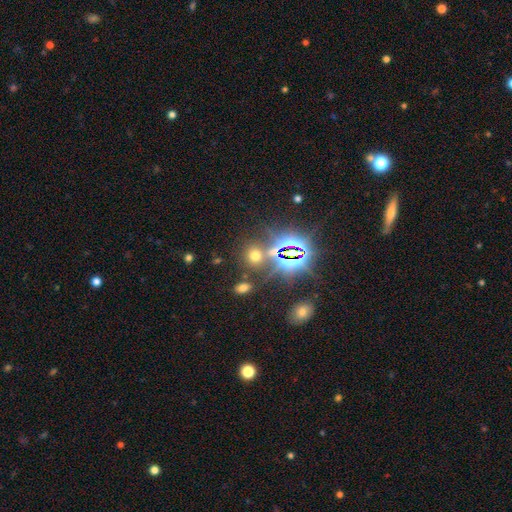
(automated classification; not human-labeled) Smooth or featured? smooth (49%)
Merging? none (72%)